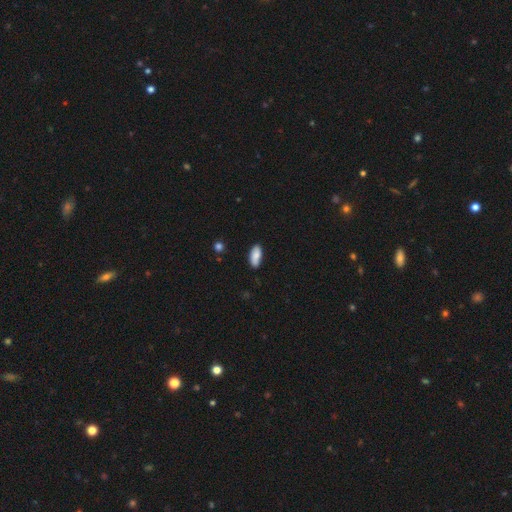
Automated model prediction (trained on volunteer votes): smooth 83%, featured or disk 10%, star or artifact 7%. Down the decision tree: how rounded — in between (88%); merging — none (81%).